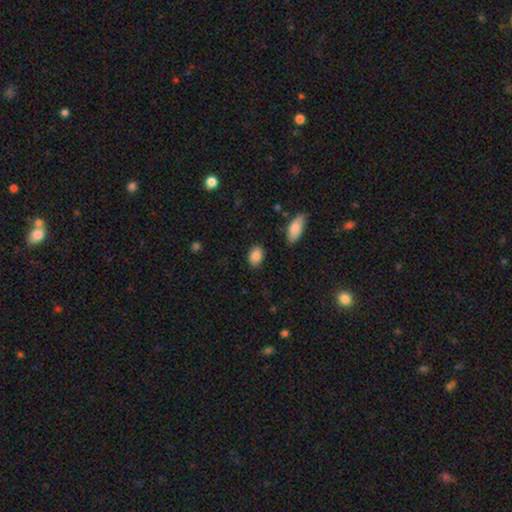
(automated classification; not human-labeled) The model was most divided on "how rounded": in between: 83%, round: 15%, cigar-shaped: 1%. More confident: smooth or featured — smooth (87%); merging — none (85%).